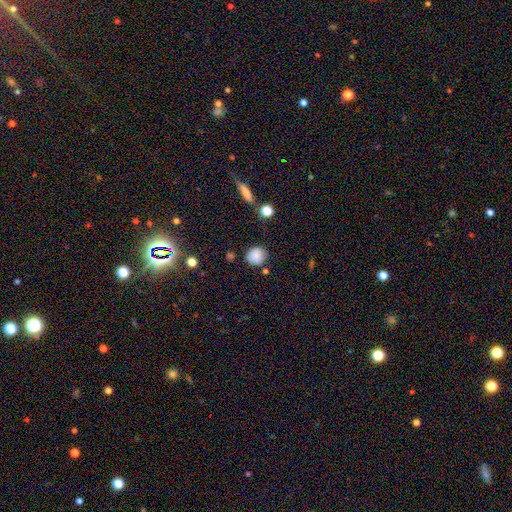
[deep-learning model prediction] A smooth galaxy with no disk features (85%) that is round (83%).

Vote fractions:
- Smooth or featured? smooth: 85% / star or artifact: 10% / featured or disk: 5%
- How rounded? round: 83% / in between: 16% / cigar-shaped: 1%
- Merging? none: 78% / minor disturbance: 14% / merger: 4% / major disturbance: 3%